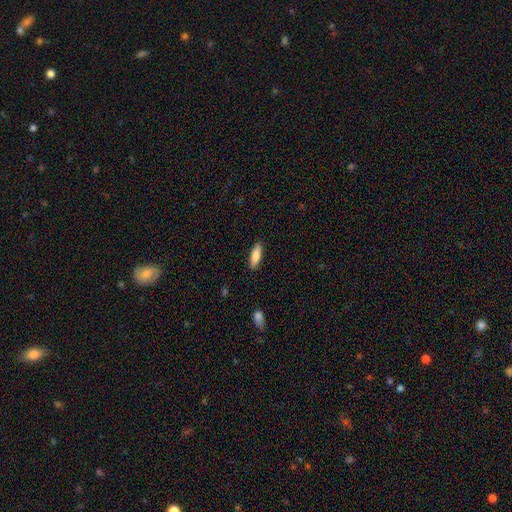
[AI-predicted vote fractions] smooth-or-featured: smooth: 82% | featured or disk: 12% | star or artifact: 6%
  how-rounded: cigar-shaped: 50% | in between: 49% | round: 2%
  merging: none: 89% | minor disturbance: 8% | major disturbance: 2% | merger: 1%